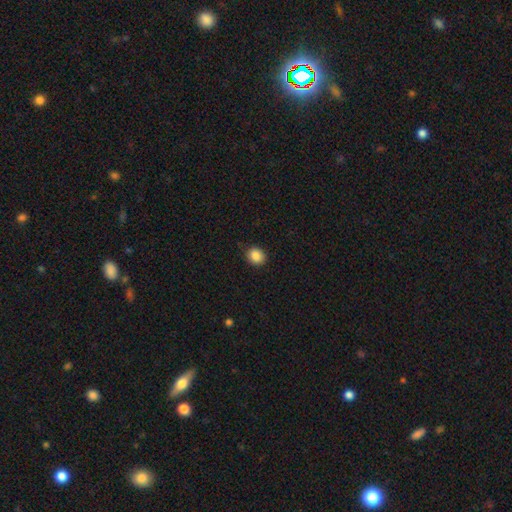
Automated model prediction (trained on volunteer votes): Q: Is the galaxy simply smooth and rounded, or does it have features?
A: smooth — 88%.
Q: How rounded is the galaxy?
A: round — 66%.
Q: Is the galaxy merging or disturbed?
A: none — 89%.